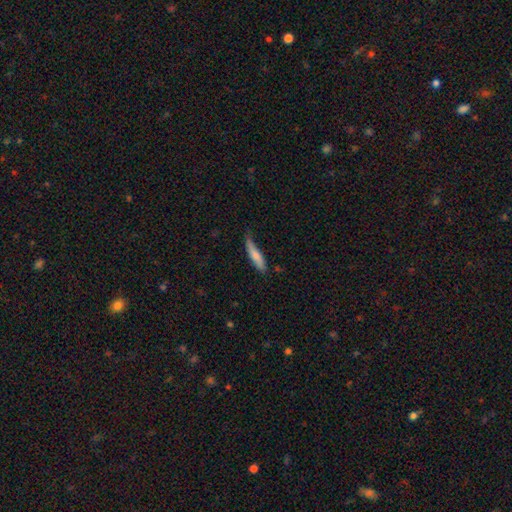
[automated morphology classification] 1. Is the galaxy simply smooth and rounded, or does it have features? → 72% smooth, 22% featured or disk, 5% star or artifact.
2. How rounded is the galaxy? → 76% cigar-shaped, 22% in between, 2% round.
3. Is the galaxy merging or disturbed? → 57% none, 34% minor disturbance, 6% major disturbance, 2% merger.